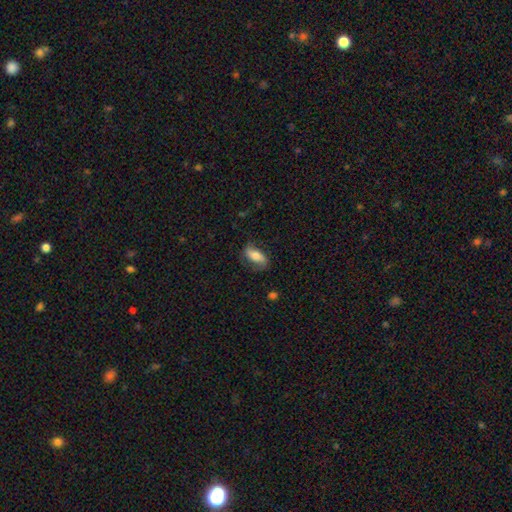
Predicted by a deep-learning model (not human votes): Smooth or featured? Predicted: smooth (p=0.62). How rounded? Predicted: in between (p=0.81). Merging? Predicted: none (p=0.69).